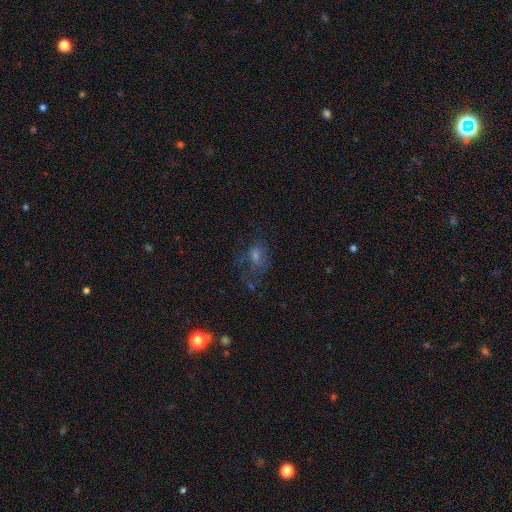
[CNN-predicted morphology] smooth-or-featured: smooth: 38% | featured or disk: 34% | star or artifact: 28%
  merging: none: 46% | major disturbance: 30% | minor disturbance: 21% | merger: 4%